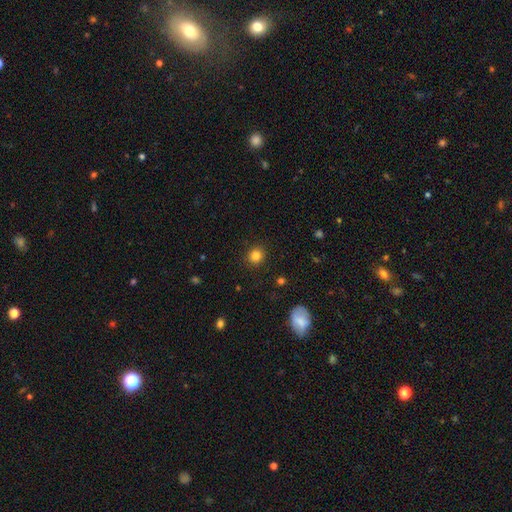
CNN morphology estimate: Q: Smooth or featured?
A: smooth (83%); runner-up: star or artifact (12%)
Q: How rounded?
A: round (88%); runner-up: in between (11%)
Q: Merging?
A: none (90%); runner-up: minor disturbance (7%)